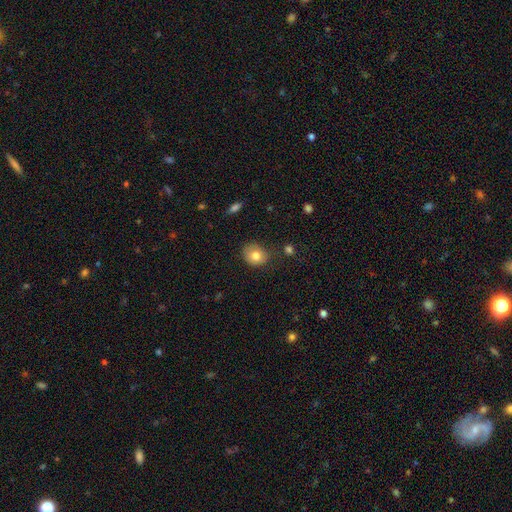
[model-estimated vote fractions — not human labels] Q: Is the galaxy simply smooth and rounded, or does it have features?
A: smooth — 78%.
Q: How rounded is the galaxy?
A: round — 61%.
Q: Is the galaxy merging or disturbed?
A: none — 66%.